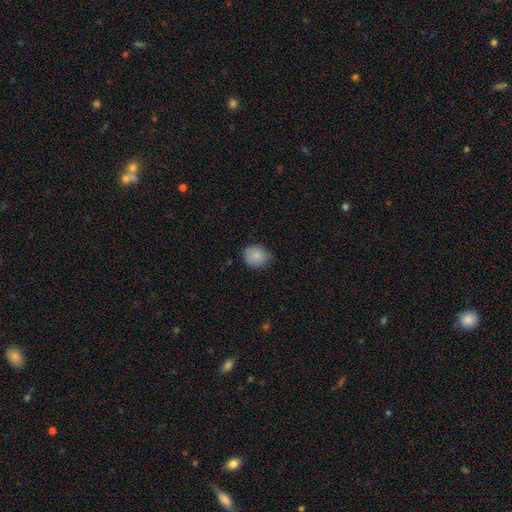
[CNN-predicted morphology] Smooth or featured? smooth (85%)
How rounded? round (75%)
Merging? none (77%)